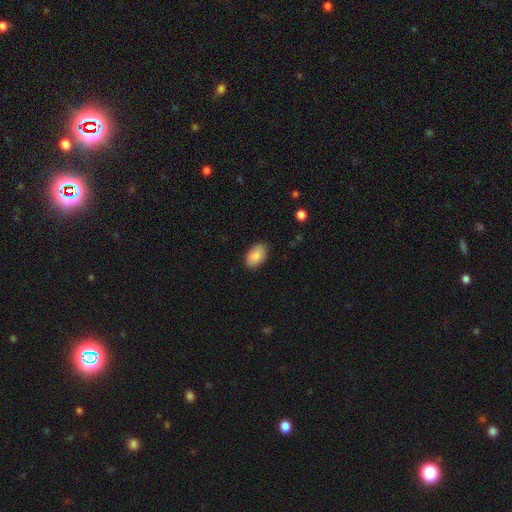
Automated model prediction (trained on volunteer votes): Smooth or featured? Predicted: smooth (p=0.88). How rounded? Predicted: in between (p=0.92). Merging? Predicted: none (p=0.84).